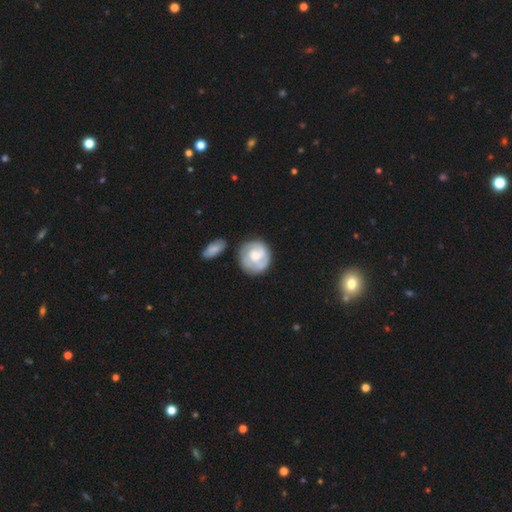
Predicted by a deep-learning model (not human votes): Smooth or featured: featured or disk — 60% (smooth — 35%)
Edge-on disk: no — 98% (yes — 2%)
Bar: no — 65% (weak — 30%)
Spiral arms: yes — 83% (no — 17%)
Bulge size: moderate — 50% (small — 34%)
Merging: none — 68% (minor disturbance — 18%)